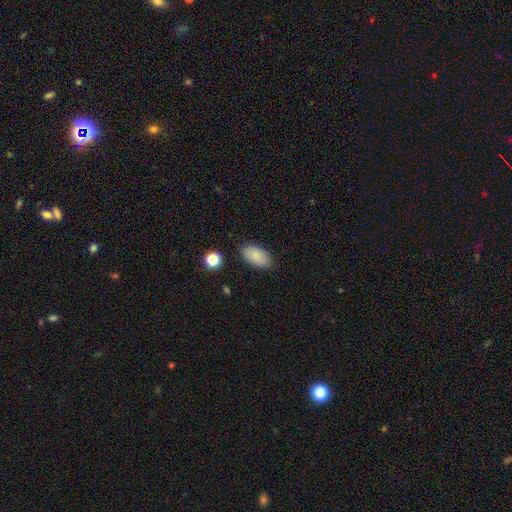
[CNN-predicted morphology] A smooth galaxy with no disk features (85%) that is in between round and cigar-shaped (94%). Merging: none (85%).